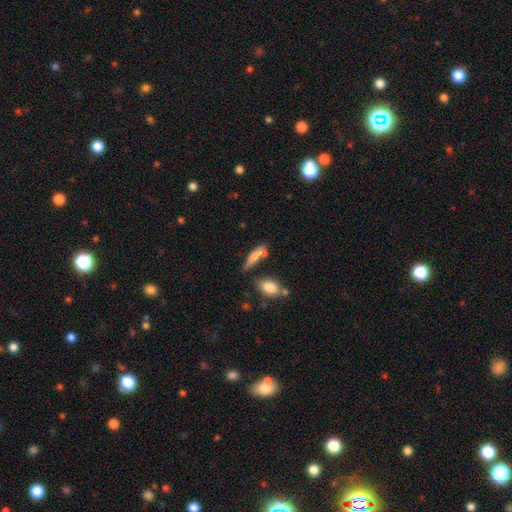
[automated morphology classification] The model was most divided on "how rounded": cigar-shaped: 58%, in between: 38%, round: 3%. More confident: smooth or featured — smooth (70%); merging — none (50%).